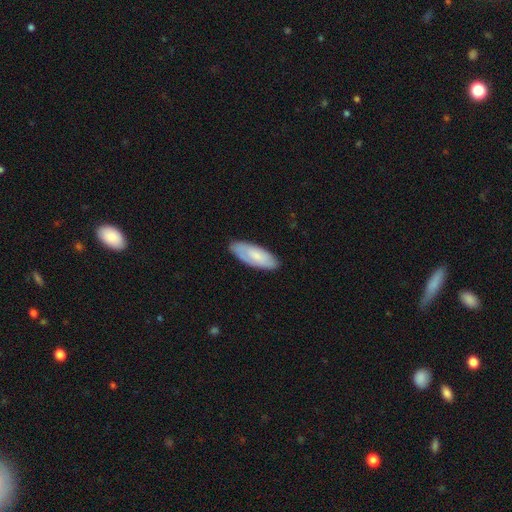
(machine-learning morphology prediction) smooth_or_featured: smooth (p=0.67) [alt: featured or disk p=0.28]
how_rounded: in between (p=0.75) [alt: cigar-shaped p=0.24]
merging: none (p=0.81) [alt: minor disturbance p=0.15]